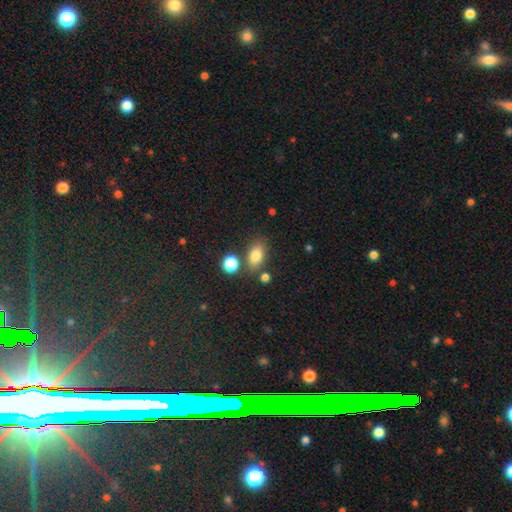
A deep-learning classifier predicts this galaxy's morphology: Smooth or featured? Predicted: smooth (p=0.80). How rounded? Predicted: in between (p=0.81). Merging? Predicted: none (p=0.73).